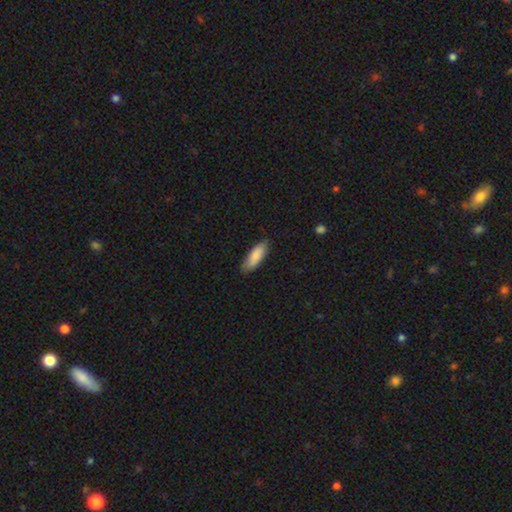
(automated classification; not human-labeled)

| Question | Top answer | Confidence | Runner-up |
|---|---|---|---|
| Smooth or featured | smooth | 84% | featured or disk (11%) |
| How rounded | in between | 63% | cigar-shaped (35%) |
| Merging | none | 80% | minor disturbance (17%) |